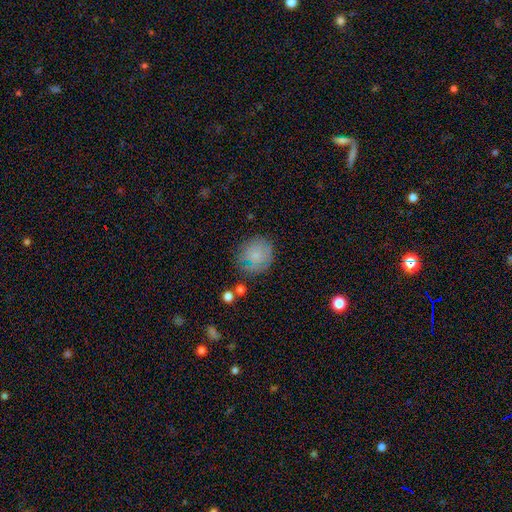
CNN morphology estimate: This is likely a smooth galaxy (72%). How rounded: clearly round (81%). Merging: likely none (65%).